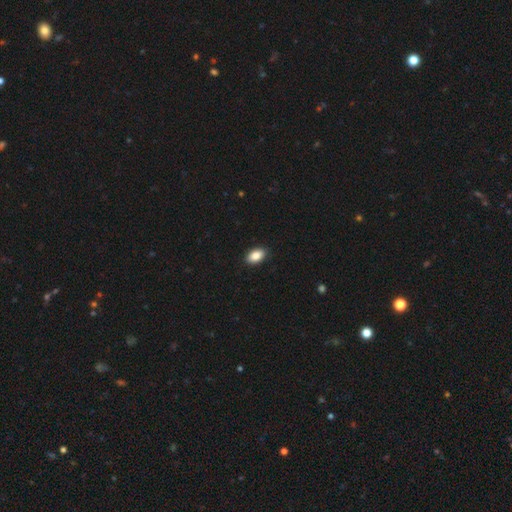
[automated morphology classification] Q: Smooth or featured?
A: smooth (87%); runner-up: star or artifact (7%)
Q: How rounded?
A: in between (93%); runner-up: round (6%)
Q: Merging?
A: none (90%); runner-up: minor disturbance (7%)